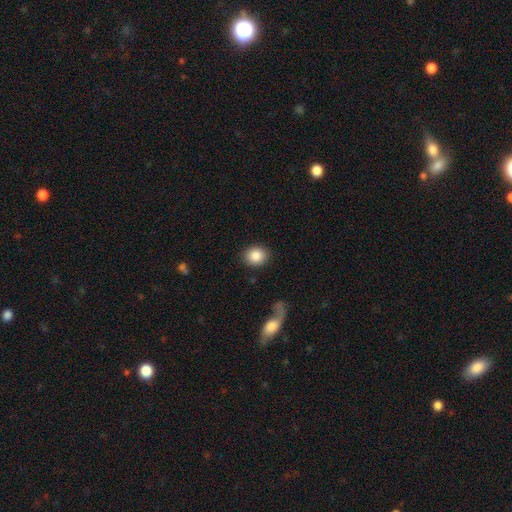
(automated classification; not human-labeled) Q: Smooth or featured?
A: smooth (86%); runner-up: star or artifact (8%)
Q: How rounded?
A: round (70%); runner-up: in between (29%)
Q: Merging?
A: none (87%); runner-up: minor disturbance (8%)